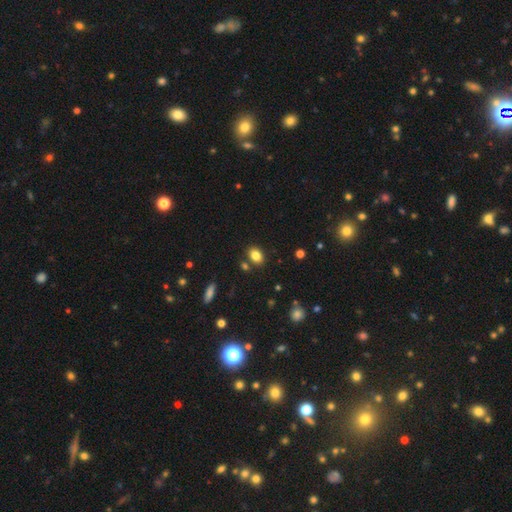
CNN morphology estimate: smooth 84%, star or artifact 10%, featured or disk 6%. Down the decision tree: how rounded — in between (76%); merging — none (80%).